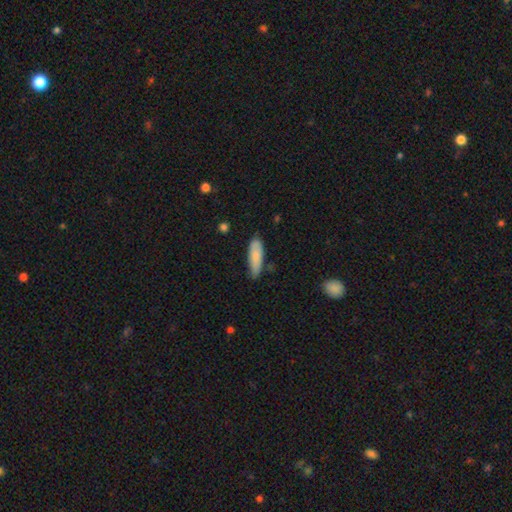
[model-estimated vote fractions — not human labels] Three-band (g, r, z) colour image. It shows a smooth galaxy with no disk features (81%) that is in between round and cigar-shaped (52%). Merging: none (70%).